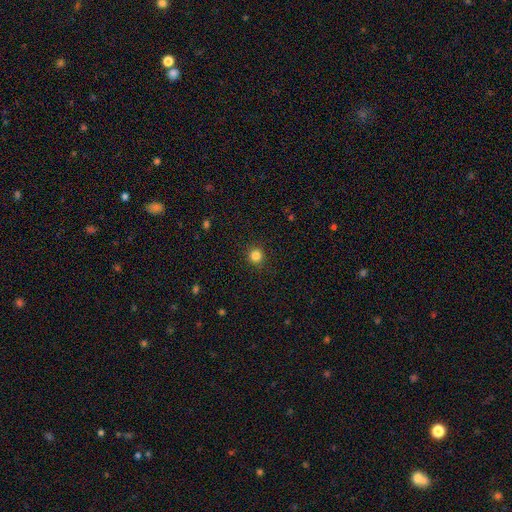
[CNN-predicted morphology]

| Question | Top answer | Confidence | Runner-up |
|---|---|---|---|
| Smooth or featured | smooth | 84% | star or artifact (12%) |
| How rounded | round | 94% | in between (5%) |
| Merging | none | 91% | minor disturbance (6%) |